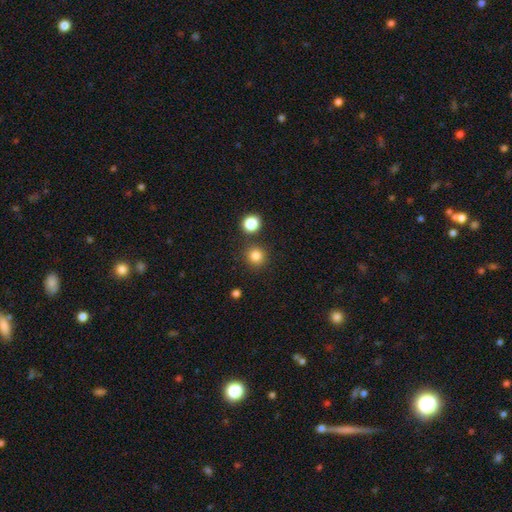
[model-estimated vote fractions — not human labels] Smooth or featured? Predicted: smooth (p=0.83). How rounded? Predicted: round (p=0.92). Merging? Predicted: none (p=0.85).